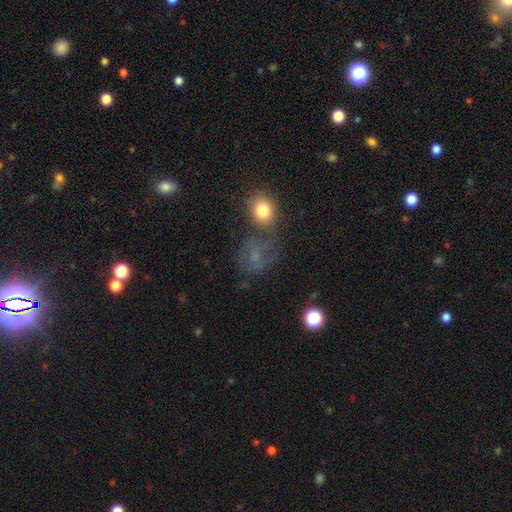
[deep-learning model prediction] The model was most divided on "smooth or featured": smooth: 46%, featured or disk: 35%, star or artifact: 20%. Remaining: merging — none (44%).